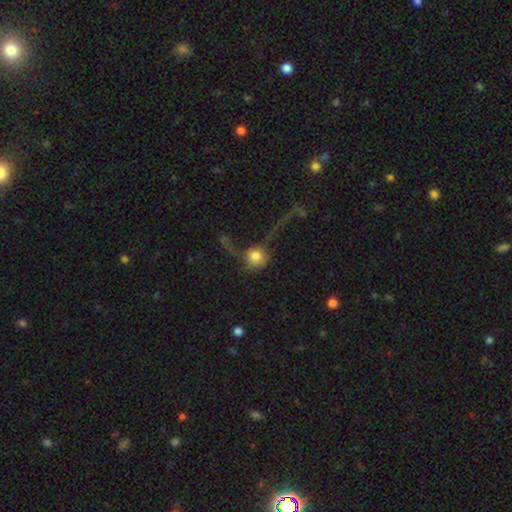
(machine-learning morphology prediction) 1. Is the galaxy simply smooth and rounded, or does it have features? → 66% smooth, 24% featured or disk, 11% star or artifact.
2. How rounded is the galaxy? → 87% round, 11% in between, 2% cigar-shaped.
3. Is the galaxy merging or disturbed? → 44% major disturbance, 30% none, 13% merger, 13% minor disturbance.